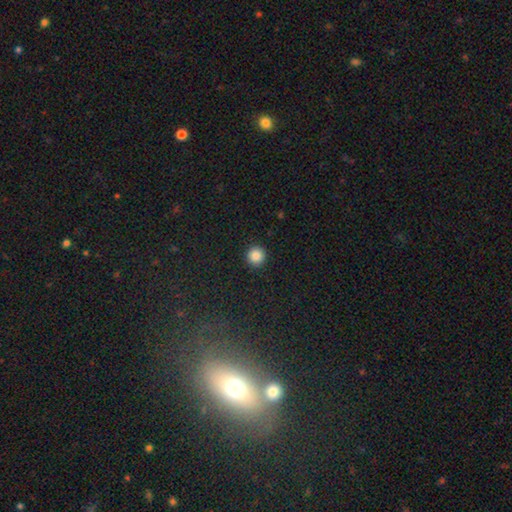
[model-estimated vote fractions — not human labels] A smooth galaxy with no disk features (86%) that is round (95%).

Vote fractions:
- Smooth or featured? smooth: 86% / star or artifact: 10% / featured or disk: 4%
- How rounded? round: 95% / in between: 4% / cigar-shaped: 1%
- Merging? none: 93% / minor disturbance: 4% / major disturbance: 2% / merger: 1%